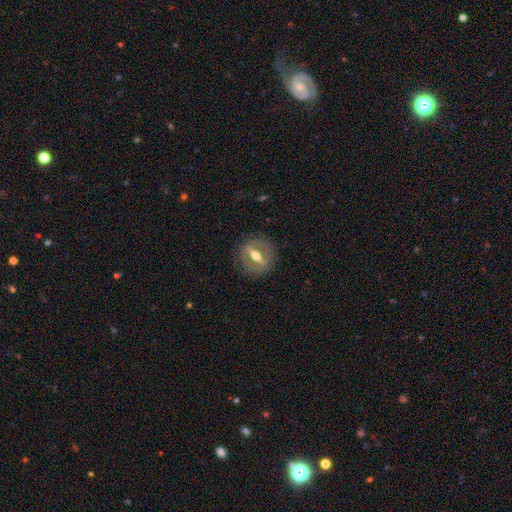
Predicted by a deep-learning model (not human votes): This is likely a featured or disk galaxy (73%). It is possibly not viewed edge-on (54%). Merging: clearly none (84%).